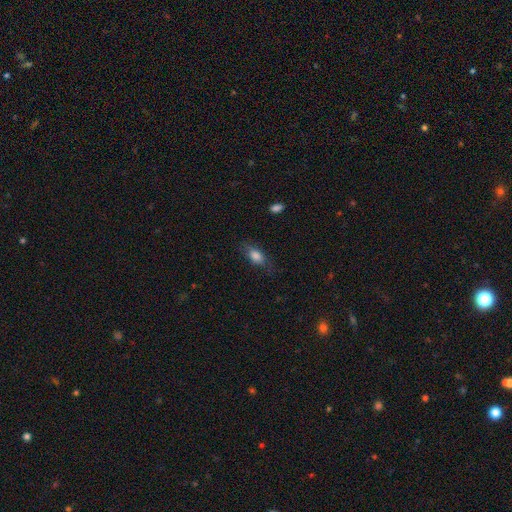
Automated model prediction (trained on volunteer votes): The model was most divided on "merging": none: 72%, minor disturbance: 20%, major disturbance: 7%, merger: 1%. More confident: how rounded — in between (82%); smooth or featured — smooth (80%).